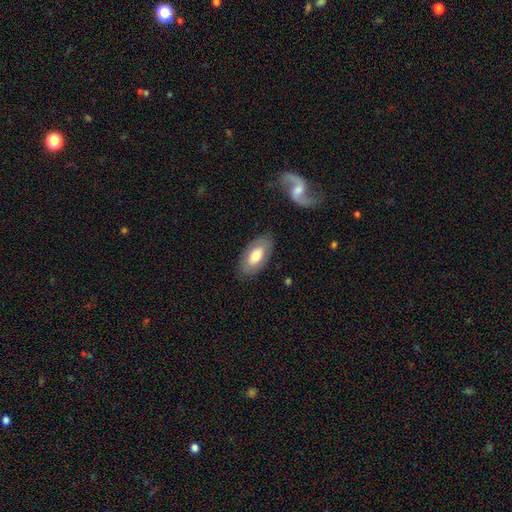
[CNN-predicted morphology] This is likely a smooth galaxy (70%). How rounded: clearly in between (93%). Merging: clearly none (83%).